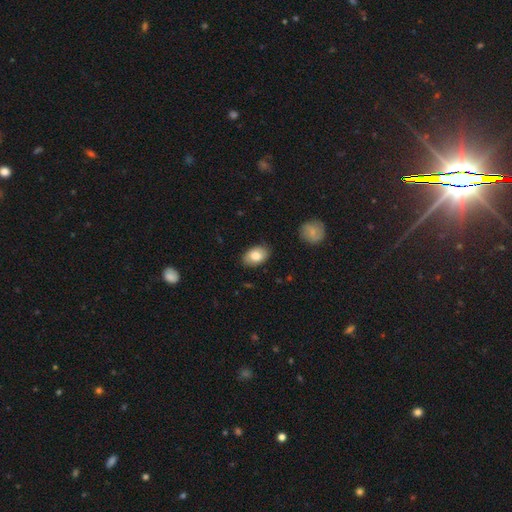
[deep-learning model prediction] smooth 82%, featured or disk 11%, star or artifact 7%. Down the decision tree: how rounded — in between (88%); merging — none (86%).